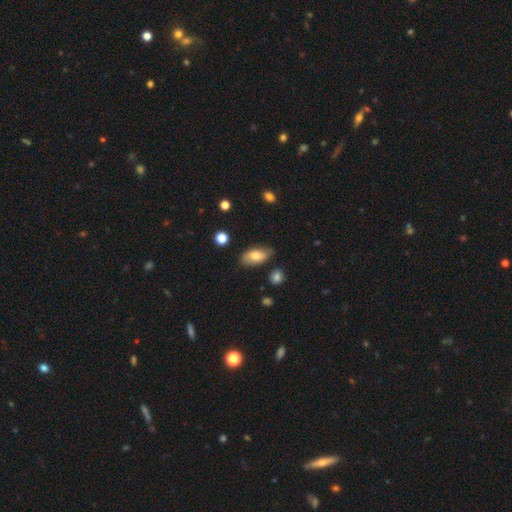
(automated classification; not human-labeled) This is likely a smooth galaxy (75%). How rounded: clearly in between (92%). Merging: likely none (75%).